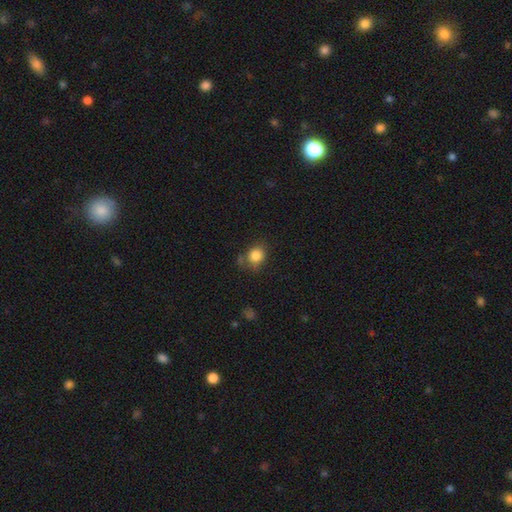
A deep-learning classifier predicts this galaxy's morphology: Smooth or featured? Predicted: smooth (p=0.84). How rounded? Predicted: round (p=0.73). Merging? Predicted: none (p=0.66).